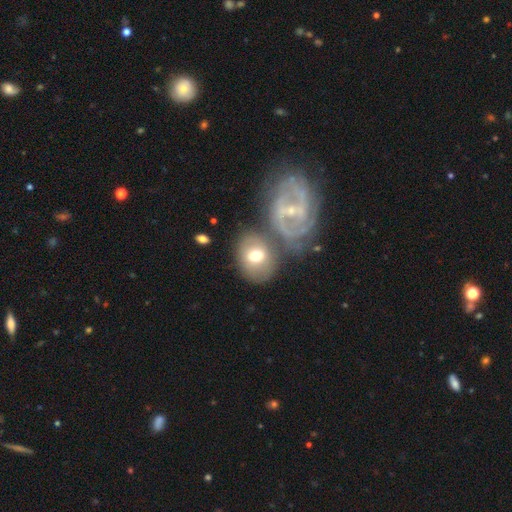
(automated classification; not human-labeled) smooth_or_featured: smooth (p=0.52) [alt: featured or disk p=0.41]
how_rounded: round (p=0.54) [alt: in between p=0.45]
merging: none (p=0.49) [alt: merger p=0.29]